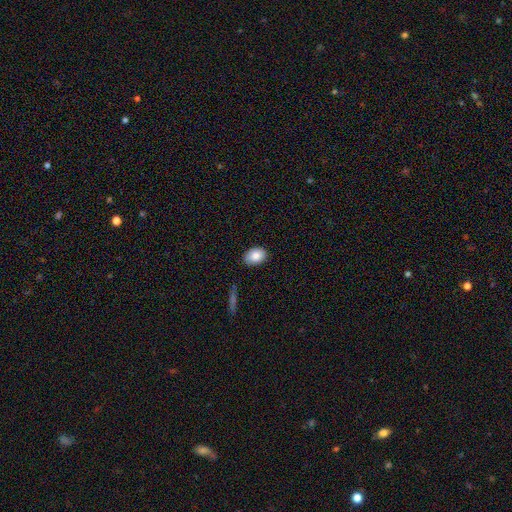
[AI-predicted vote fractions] smooth-or-featured: smooth: 85% | featured or disk: 8% | star or artifact: 7%
  how-rounded: in between: 85% | round: 14% | cigar-shaped: 1%
  merging: none: 86% | minor disturbance: 10% | major disturbance: 2% | merger: 1%